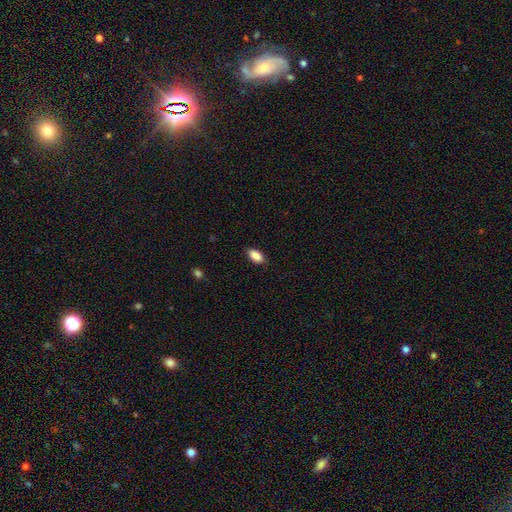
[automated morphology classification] A smooth galaxy with no disk features (89%) that is in between round and cigar-shaped (91%).

Vote fractions:
- Smooth or featured? smooth: 89% / star or artifact: 7% / featured or disk: 4%
- How rounded? in between: 91% / cigar-shaped: 5% / round: 4%
- Merging? none: 86% / minor disturbance: 11% / major disturbance: 2% / merger: 1%